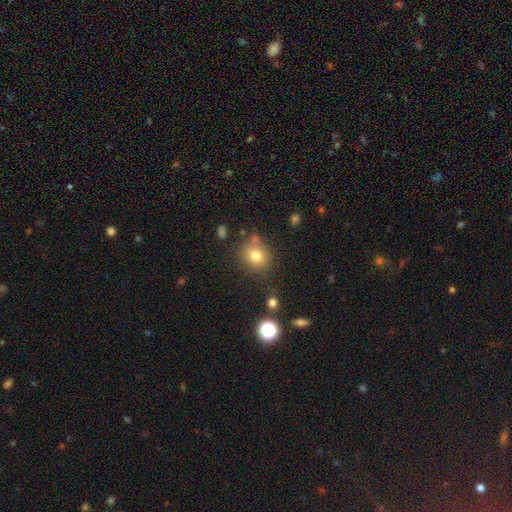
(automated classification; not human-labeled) Q: Smooth or featured?
A: smooth (77%); runner-up: star or artifact (13%)
Q: How rounded?
A: round (74%); runner-up: in between (25%)
Q: Merging?
A: none (73%); runner-up: minor disturbance (14%)